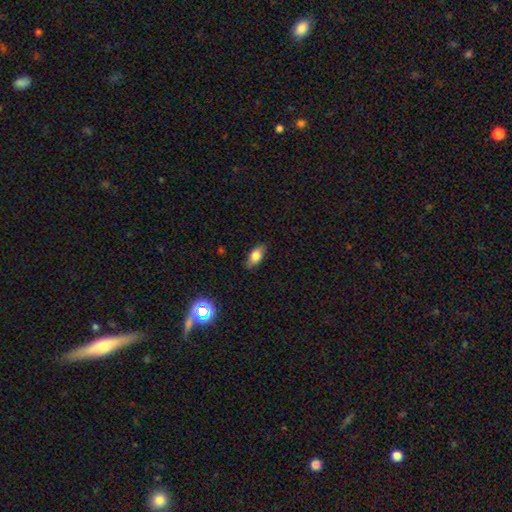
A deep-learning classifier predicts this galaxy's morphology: A smooth galaxy with no disk features (74%) that is in between round and cigar-shaped (83%). Merging: none (85%).